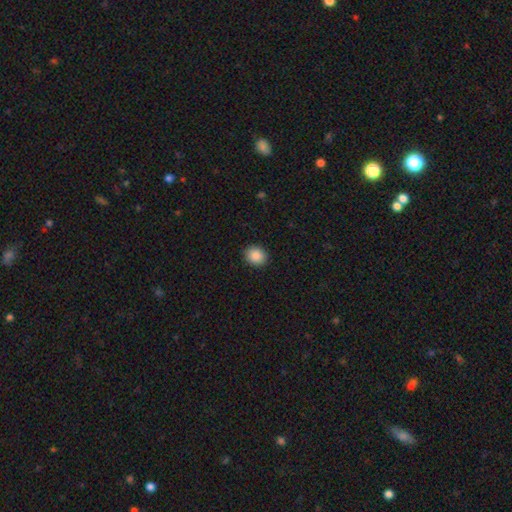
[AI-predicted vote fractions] This is clearly a smooth galaxy (88%). How rounded: likely round (71%). Merging: clearly none (91%).